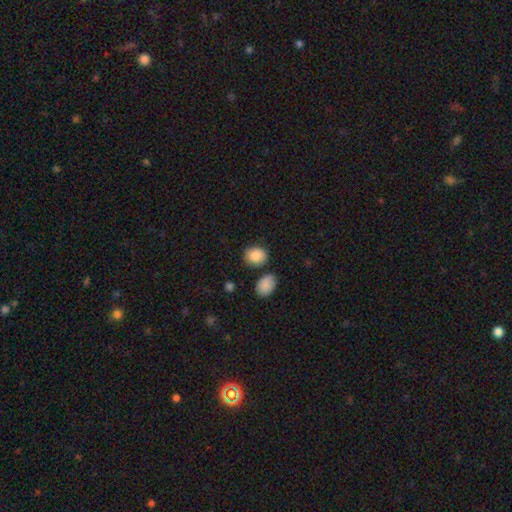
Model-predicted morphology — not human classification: Smooth or featured?
  - smooth: 88% *
  - star or artifact: 8%
  - featured or disk: 4%
How rounded?
  - round: 55% *
  - in between: 44%
  - cigar-shaped: 1%
Merging?
  - none: 72% *
  - minor disturbance: 16%
  - merger: 8%
  - major disturbance: 4%